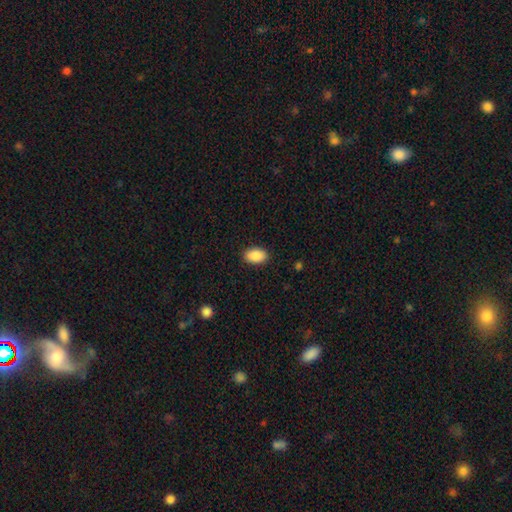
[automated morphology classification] A smooth galaxy with no disk features (90%) that is in between round and cigar-shaped (92%). Merging: none (89%).